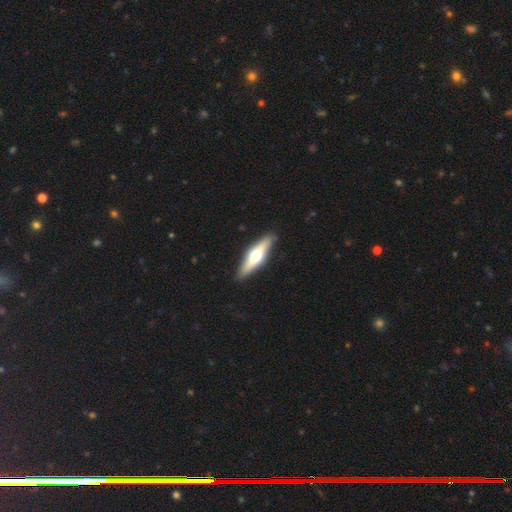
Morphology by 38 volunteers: smooth-or-featured: featured or disk: 87% | smooth: 13% | star or artifact: 0%
  disk-edge-on: yes: 97% | no: 3%
    edge-on-bulge: rounded: 94% | boxy: 6% | none: 0%
  merging: none: 92% | minor disturbance: 5% | major disturbance: 3% | merger: 0%